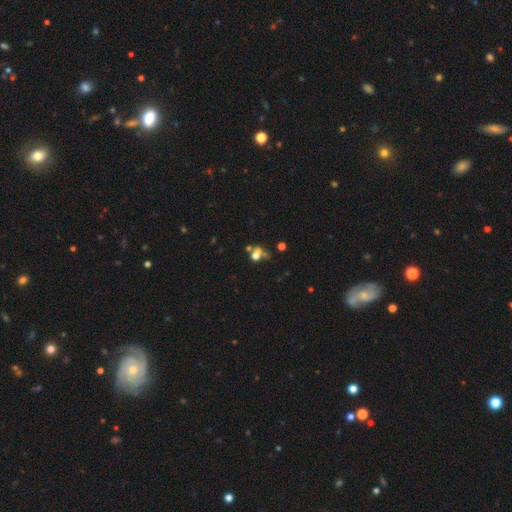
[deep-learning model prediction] Smooth or featured? smooth (55%)
How rounded? round (52%)
Merging? merger (45%)